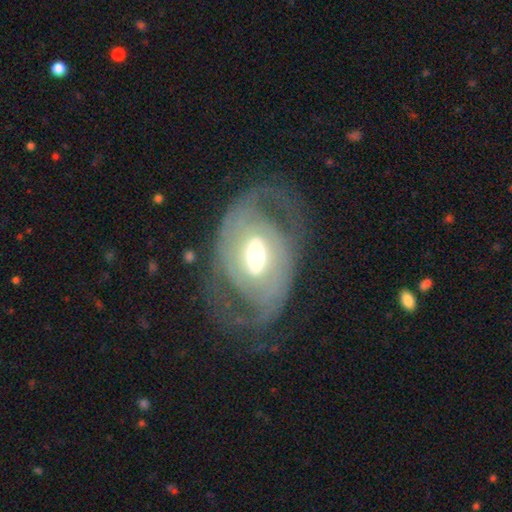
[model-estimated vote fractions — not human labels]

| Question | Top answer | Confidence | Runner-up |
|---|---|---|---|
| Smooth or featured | featured or disk | 86% | smooth (9%) |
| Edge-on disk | no | 96% | yes (4%) |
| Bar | weak | 44% | no (30%) |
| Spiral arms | yes | 89% | no (11%) |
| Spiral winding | tight | 42% | tied: medium (42%) |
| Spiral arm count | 2 | 75% | can't tell (13%) |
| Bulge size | moderate | 64% | large (21%) |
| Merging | none | 69% | minor disturbance (16%) |